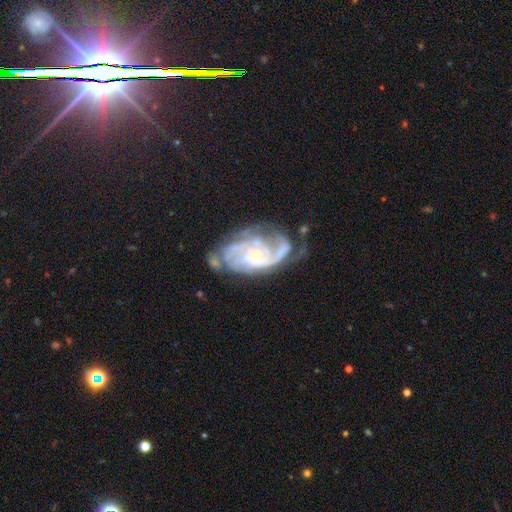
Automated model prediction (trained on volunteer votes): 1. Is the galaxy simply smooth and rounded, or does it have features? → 88% featured or disk, 6% smooth, 6% star or artifact.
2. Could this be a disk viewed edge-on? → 97% no, 3% yes.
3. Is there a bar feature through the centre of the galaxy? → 65% no, 28% weak, 7% strong.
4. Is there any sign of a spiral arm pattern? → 96% yes, 4% no.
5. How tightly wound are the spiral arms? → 53% tight, 37% medium, 10% loose.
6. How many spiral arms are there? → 28% 3, 25% 2, 22% can't tell, 12% 4, 6% 1, 6% more than 4.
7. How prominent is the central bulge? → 72% small, 17% moderate, 8% none, 2% large, 1% dominant.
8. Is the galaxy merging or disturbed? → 49% none, 24% minor disturbance, 22% major disturbance, 6% merger.